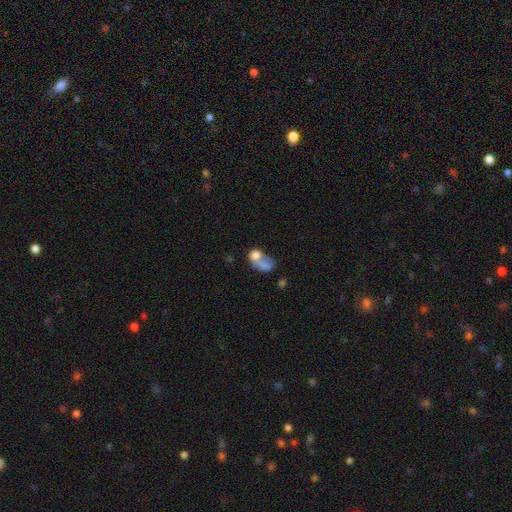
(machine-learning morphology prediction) This appears to be a smooth galaxy with no disk features (66%) that is in between round and cigar-shaped (66%). Merging: merger (53%).